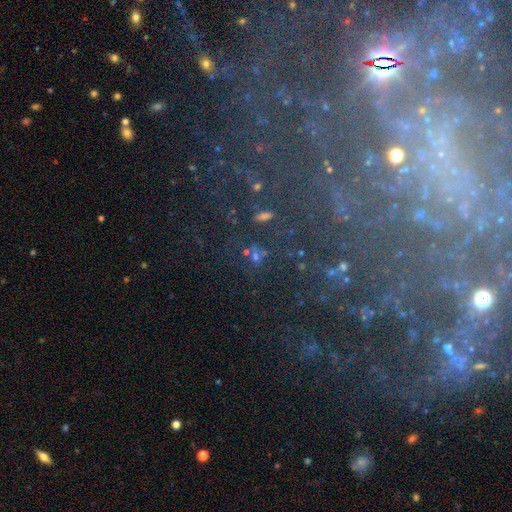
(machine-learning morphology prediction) Q: Smooth or featured?
A: star or artifact (55%); runner-up: smooth (26%)